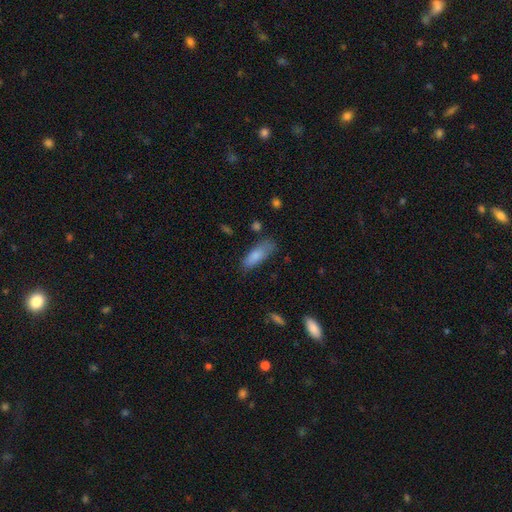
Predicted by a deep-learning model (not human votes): Smooth or featured? smooth (82%)
How rounded? in between (62%)
Merging? none (65%)